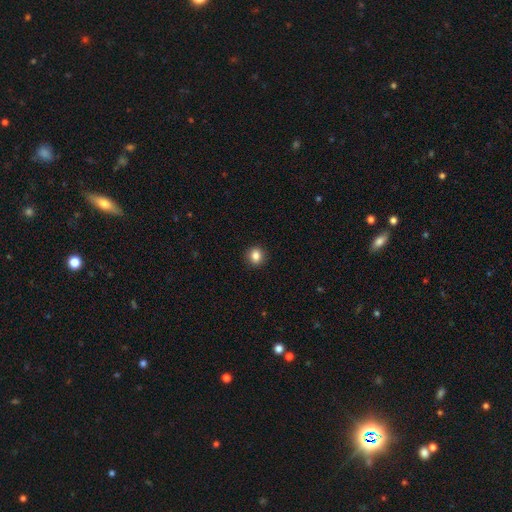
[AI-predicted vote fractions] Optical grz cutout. It shows a smooth galaxy with no disk features (85%) that is round (80%). Merging: none (91%).